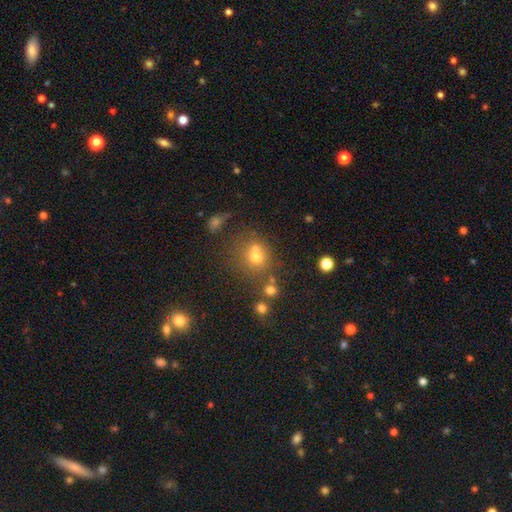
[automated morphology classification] Smooth or featured: smooth — 66% (star or artifact — 19%)
How rounded: round — 79% (in between — 20%)
Merging: none — 52% (merger — 29%)